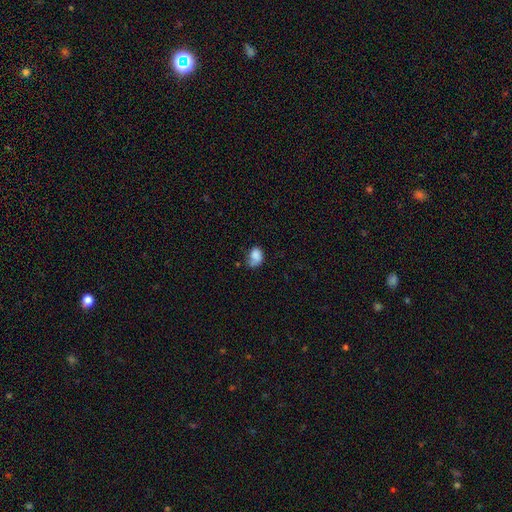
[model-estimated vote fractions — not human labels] The model was most divided on "merging": none: 37%, minor disturbance: 34%, major disturbance: 21%, merger: 8%. More confident: smooth or featured — smooth (78%); how rounded — in between (73%).